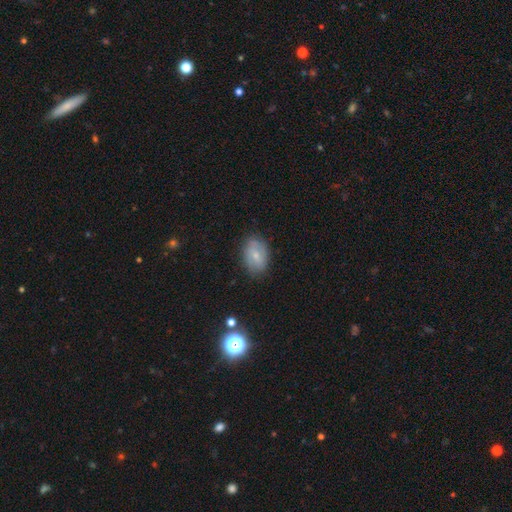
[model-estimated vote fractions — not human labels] A smooth galaxy with no disk features (55%) that is in between round and cigar-shaped (83%). Merging: none (78%).